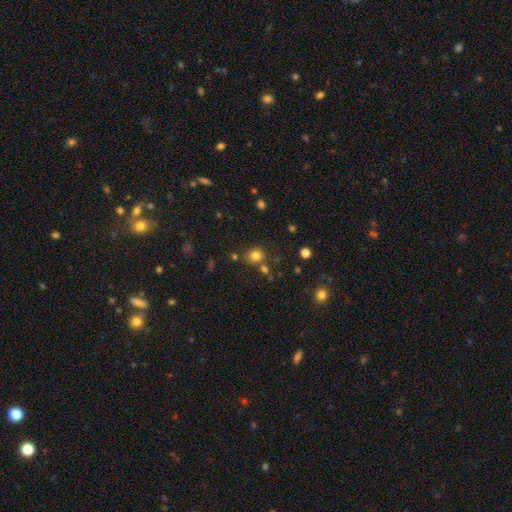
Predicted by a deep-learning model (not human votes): A smooth galaxy with no disk features (78%) that is round (75%).

Vote fractions:
- Smooth or featured? smooth: 78% / star or artifact: 15% / featured or disk: 6%
- How rounded? round: 75% / in between: 24% / cigar-shaped: 1%
- Merging? none: 72% / merger: 13% / minor disturbance: 11% / major disturbance: 4%